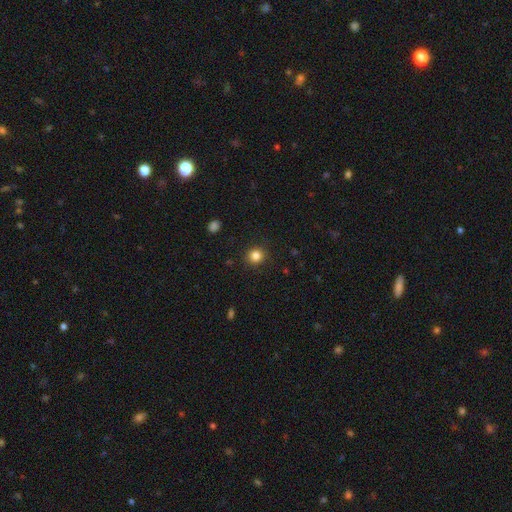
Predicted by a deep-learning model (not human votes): Smooth or featured? smooth (84%)
How rounded? round (89%)
Merging? none (90%)